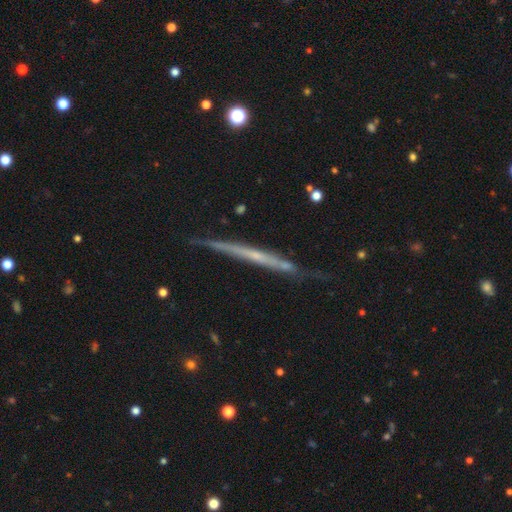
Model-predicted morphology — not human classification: featured or disk 67%, smooth 26%, star or artifact 7%. Down the decision tree: edge-on disk — yes (95%); edge-on bulge — none (80%); merging — none (76%).